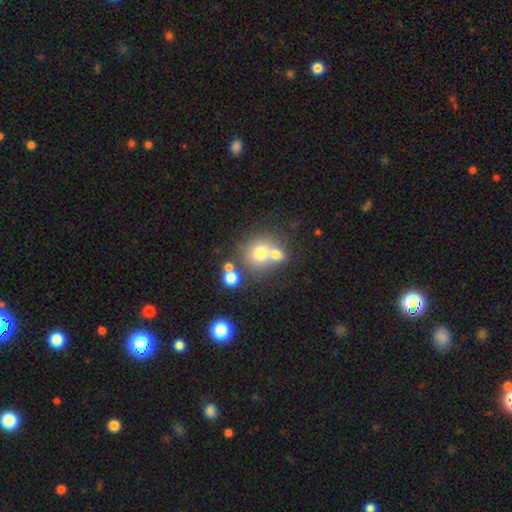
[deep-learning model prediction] This is likely a smooth galaxy (68%). How rounded: clearly round (81%). Merging: possibly merger (47%).